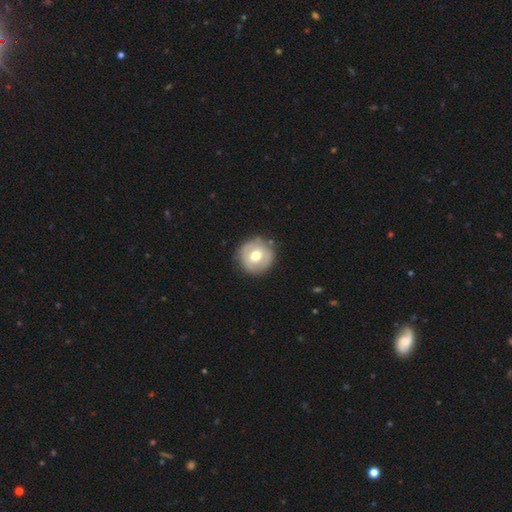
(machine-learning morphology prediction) smooth 59%, featured or disk 34%, star or artifact 7%. Down the decision tree: how rounded — round (94%); merging — none (85%).